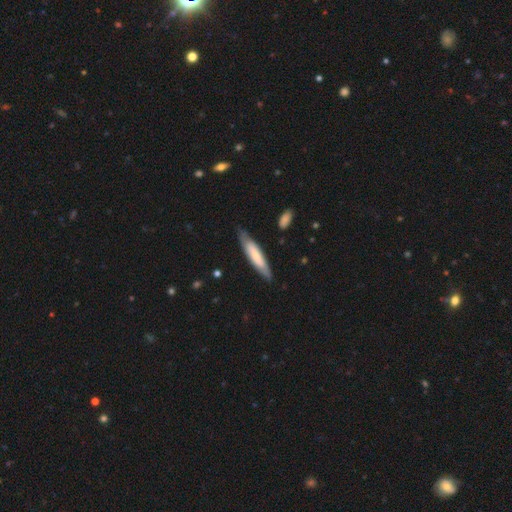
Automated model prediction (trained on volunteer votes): A smooth galaxy with no disk features (63%) that is cigar-shaped (81%).

Vote fractions:
- Smooth or featured? smooth: 63% / featured or disk: 32% / star or artifact: 5%
- How rounded? cigar-shaped: 81% / in between: 18% / round: 1%
- Merging? none: 78% / minor disturbance: 17% / major disturbance: 3% / merger: 2%